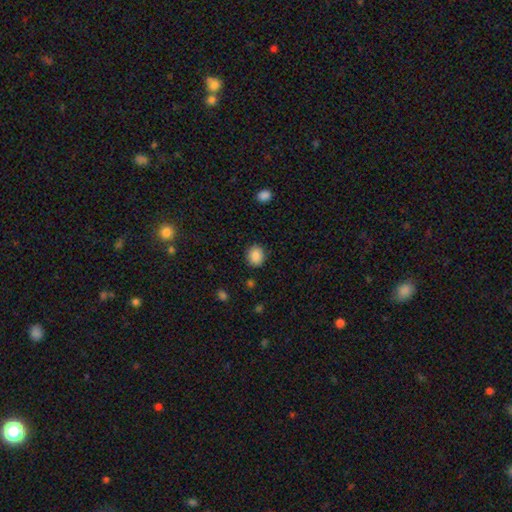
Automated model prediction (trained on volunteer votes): The model was most divided on "how rounded": round: 70%, in between: 29%, cigar-shaped: 1%. More confident: smooth or featured — smooth (88%); merging — none (87%).